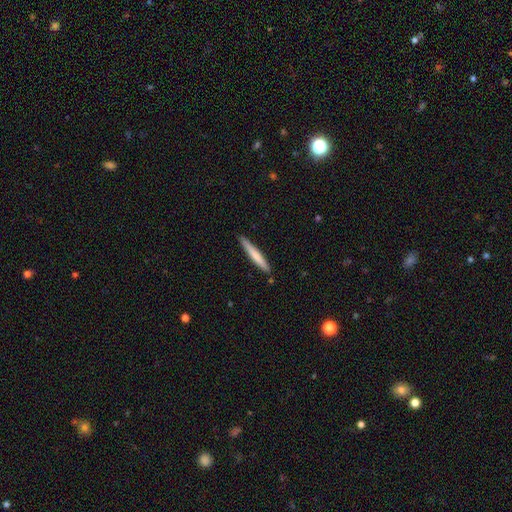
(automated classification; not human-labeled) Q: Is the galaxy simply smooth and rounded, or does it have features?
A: smooth — 68%.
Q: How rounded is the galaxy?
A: cigar-shaped — 96%.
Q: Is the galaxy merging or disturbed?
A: none — 88%.